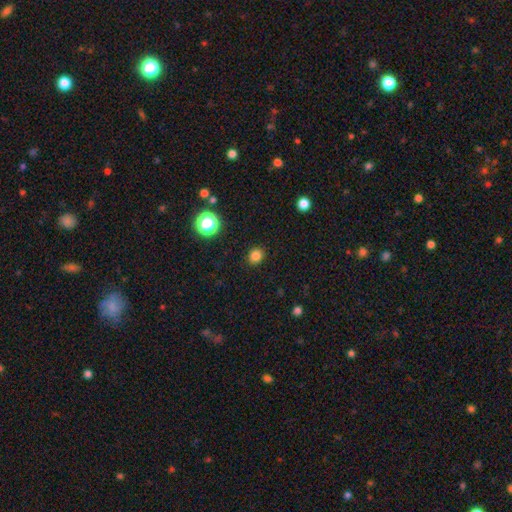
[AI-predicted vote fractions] Overall: smooth (82%). How rounded: round (74%). Merging: none (90%).